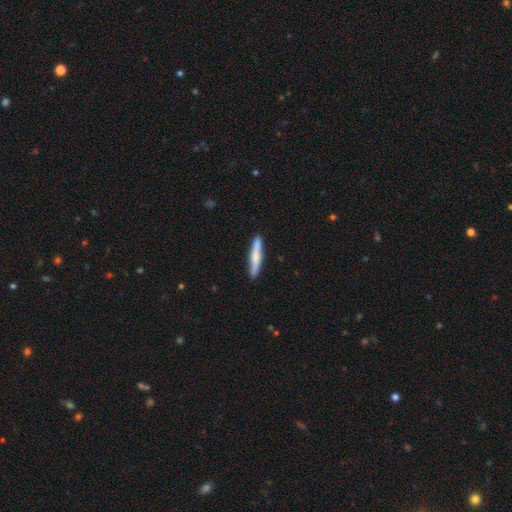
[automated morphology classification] A smooth galaxy with no disk features (65%) that is cigar-shaped (93%).

Vote fractions:
- Smooth or featured? smooth: 65% / featured or disk: 30% / star or artifact: 5%
- How rounded? cigar-shaped: 93% / in between: 5% / round: 1%
- Merging? none: 88% / minor disturbance: 9% / merger: 2% / major disturbance: 2%